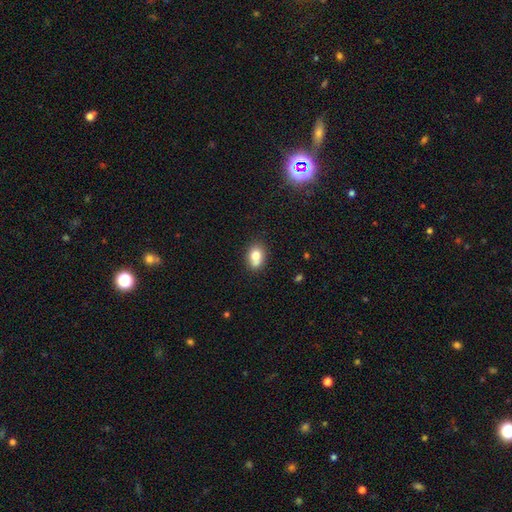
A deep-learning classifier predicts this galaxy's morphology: This is likely a smooth galaxy (76%). How rounded: likely in between (65%). Merging: possibly none (54%).